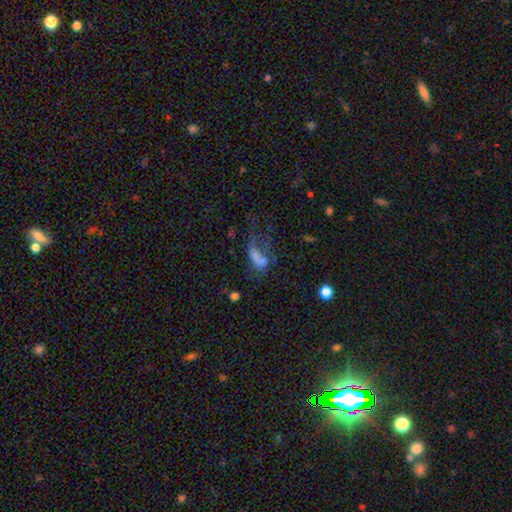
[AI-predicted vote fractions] This is possibly a smooth galaxy (49%). Merging: marginally major disturbance (41%).